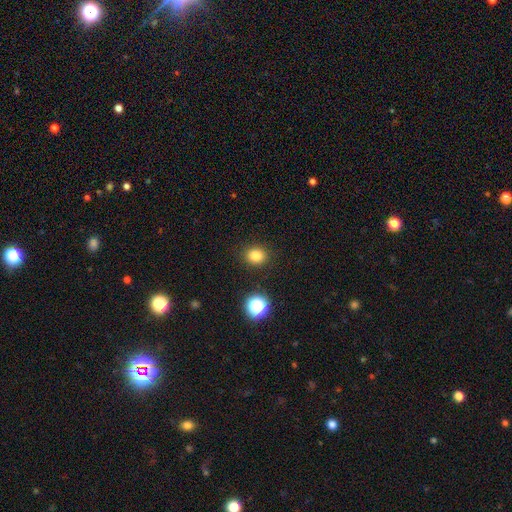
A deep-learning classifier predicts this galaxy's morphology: This appears to be a smooth galaxy with no disk features (81%) that is round (69%). Merging: none (89%).